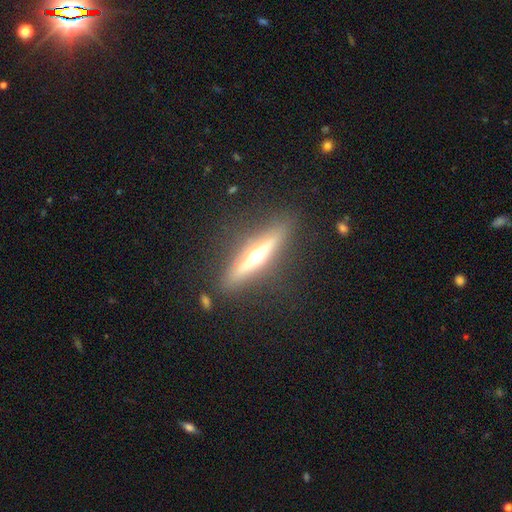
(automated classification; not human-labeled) Smooth or featured? Predicted: featured or disk (p=0.71). Edge-on disk? Predicted: yes (p=0.95). Edge-on bulge? Predicted: rounded (p=0.90). Merging? Predicted: none (p=0.87).